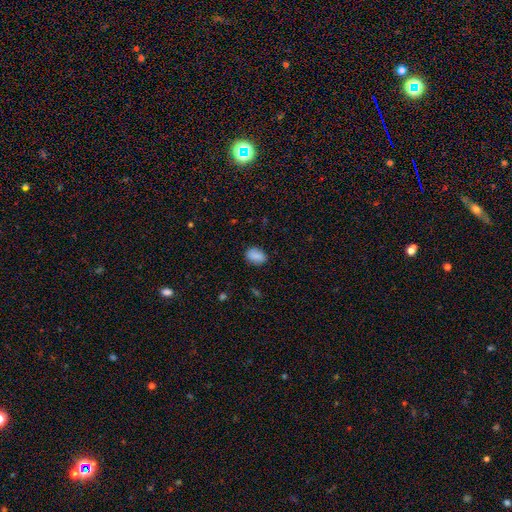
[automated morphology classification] Smooth or featured: smooth — 86% (star or artifact — 8%)
How rounded: in between — 81% (round — 17%)
Merging: none — 82% (minor disturbance — 14%)